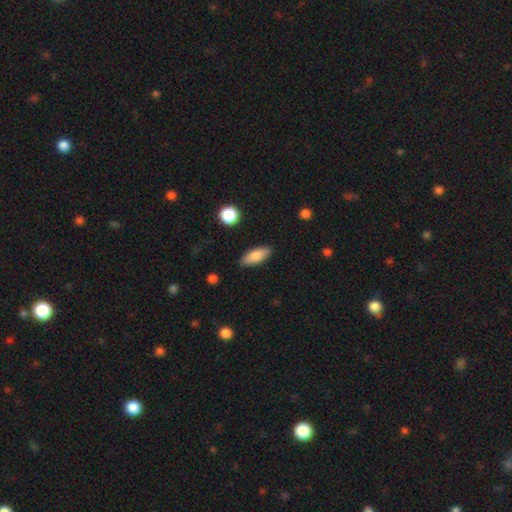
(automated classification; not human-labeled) smooth_or_featured: smooth (p=0.82) [alt: featured or disk p=0.12]
how_rounded: in between (p=0.74) [alt: cigar-shaped p=0.23]
merging: none (p=0.86) [alt: minor disturbance p=0.10]